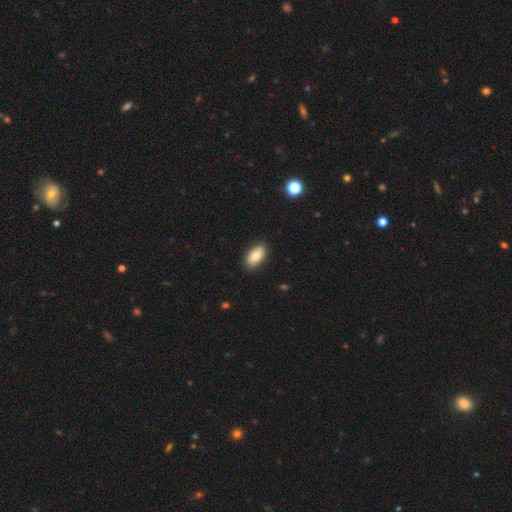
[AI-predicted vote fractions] This appears to be a smooth galaxy with no disk features (79%) that is in between round and cigar-shaped (93%). Merging: none (88%).